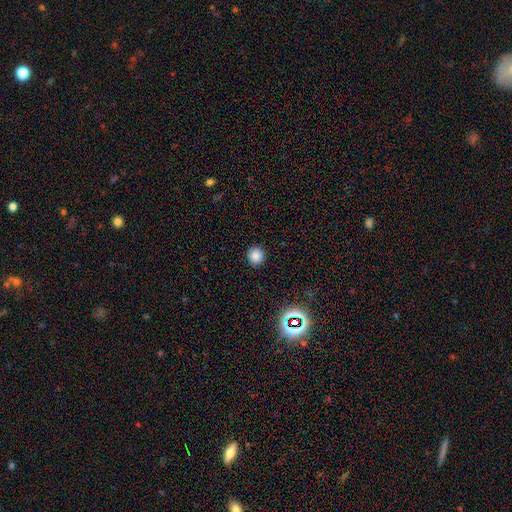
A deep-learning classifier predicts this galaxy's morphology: Overall: smooth (83%). How rounded: round (93%). Merging: none (92%).